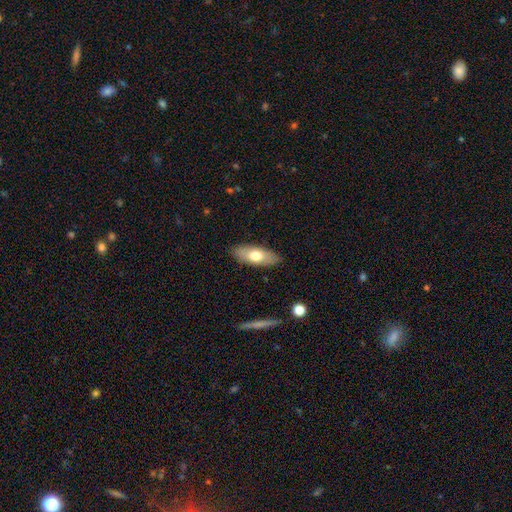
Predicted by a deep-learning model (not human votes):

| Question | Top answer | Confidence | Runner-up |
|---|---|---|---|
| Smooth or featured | smooth | 69% | featured or disk (25%) |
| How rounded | in between | 76% | cigar-shaped (21%) |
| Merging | none | 88% | minor disturbance (9%) |